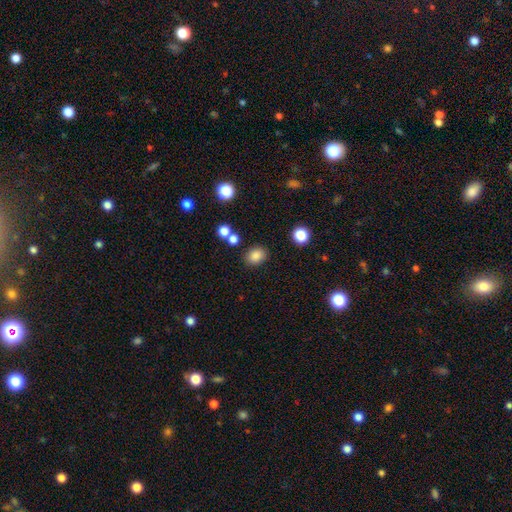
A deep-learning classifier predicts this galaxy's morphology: smooth 84%, star or artifact 11%, featured or disk 5%. Down the decision tree: how rounded — round (53%); merging — none (82%).